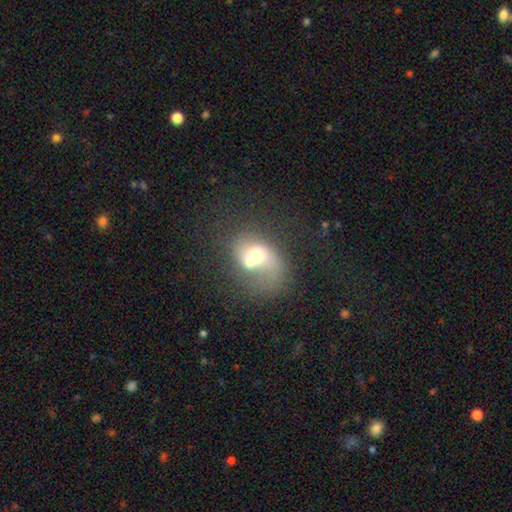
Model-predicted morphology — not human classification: The model was most divided on "smooth or featured" (2-way tie): featured or disk: 45%, smooth: 45%, star or artifact: 10%. More confident: merging — merger (64%).